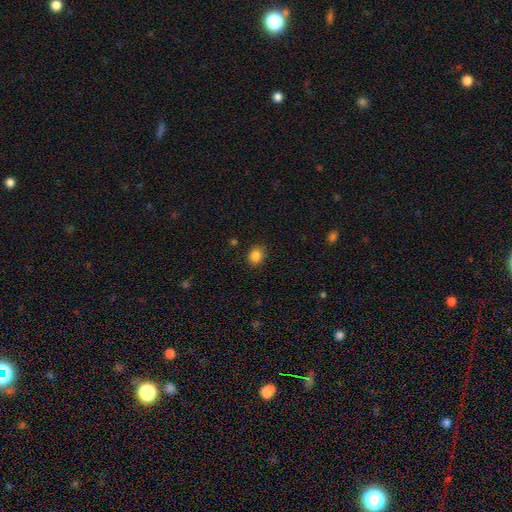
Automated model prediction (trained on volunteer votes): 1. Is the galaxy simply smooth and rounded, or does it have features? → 85% smooth, 11% star or artifact, 4% featured or disk.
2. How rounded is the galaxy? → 54% round, 45% in between, 1% cigar-shaped.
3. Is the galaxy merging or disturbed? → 86% none, 11% minor disturbance, 2% major disturbance, 1% merger.